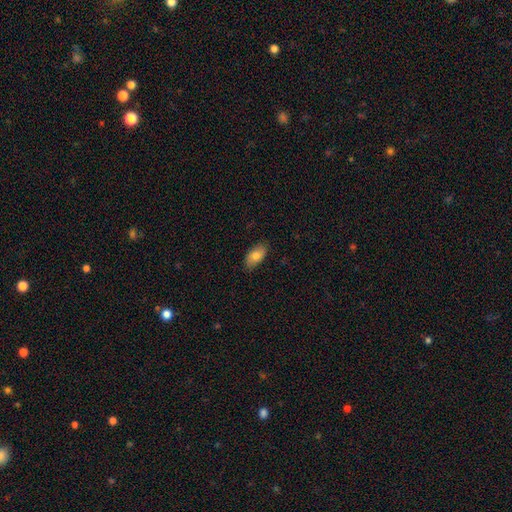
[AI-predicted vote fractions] Morphology: type=smooth (82%); roundness=in between (93%); merging=none (83%).